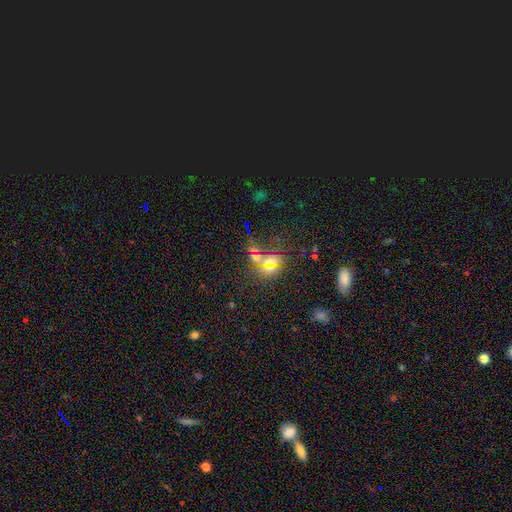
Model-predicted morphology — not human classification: Smooth or featured? star or artifact (55%)